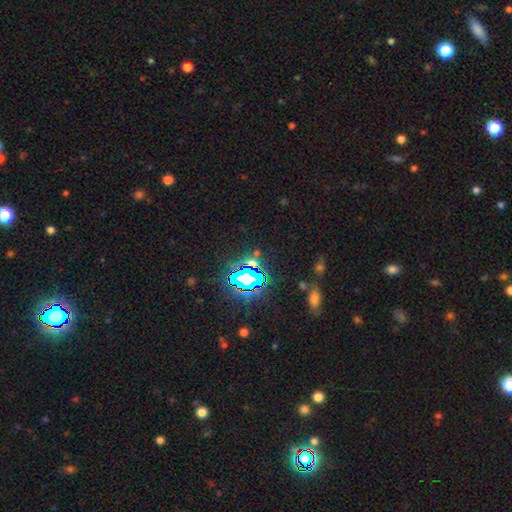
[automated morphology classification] smooth_or_featured: star or artifact (p=0.79) [alt: smooth p=0.12]